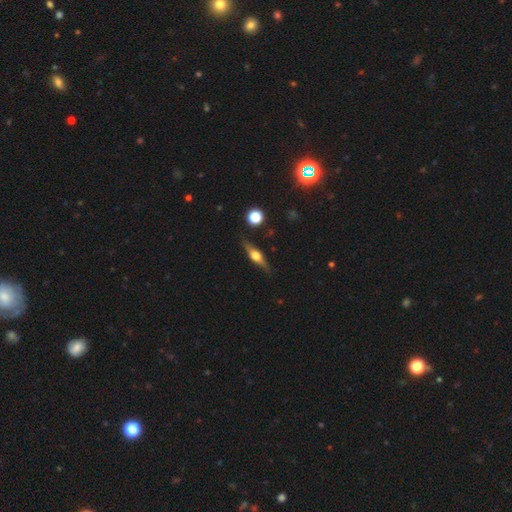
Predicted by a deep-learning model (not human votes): featured or disk 68%, smooth 25%, star or artifact 7%. Down the decision tree: edge-on disk — yes (95%); edge-on bulge — rounded (93%); merging — none (86%).